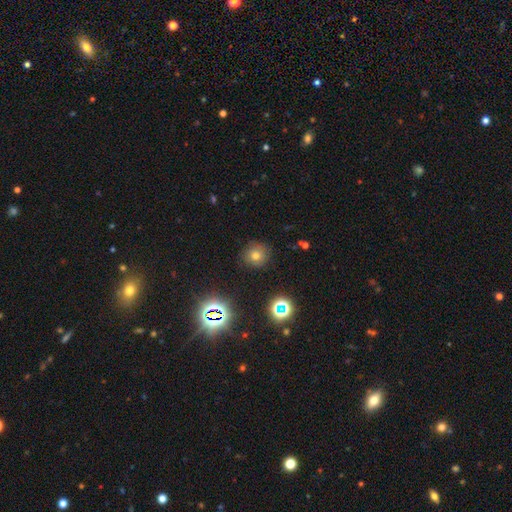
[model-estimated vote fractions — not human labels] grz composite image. It shows a smooth galaxy with no disk features (60%) that is round (91%). Merging: none (85%).